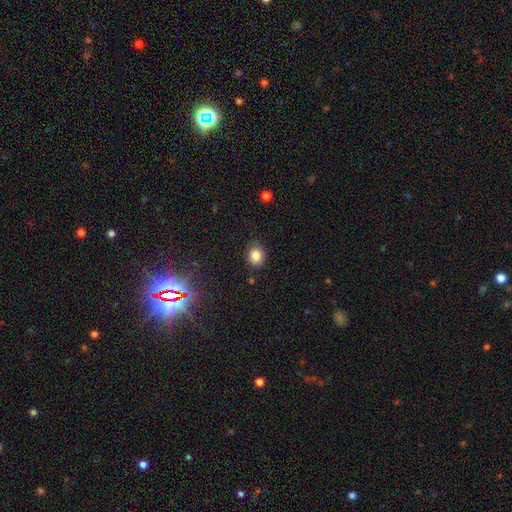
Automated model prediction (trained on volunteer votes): A smooth galaxy with no disk features (83%) that is round (73%). Merging: none (85%).